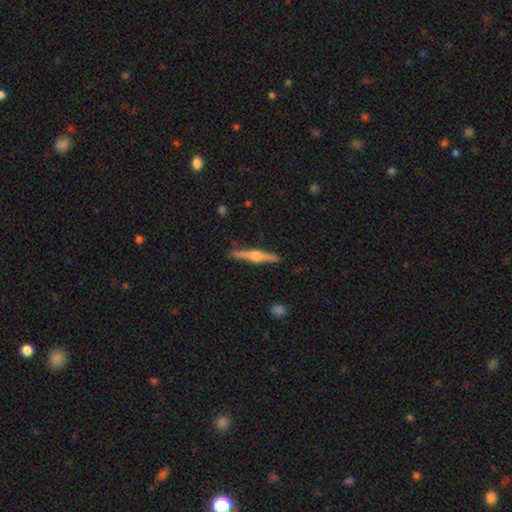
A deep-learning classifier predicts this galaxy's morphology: A featured or disk galaxy (77%) viewed edge-on (98%) with a rounded central bulge (92%). Merging: none (90%).